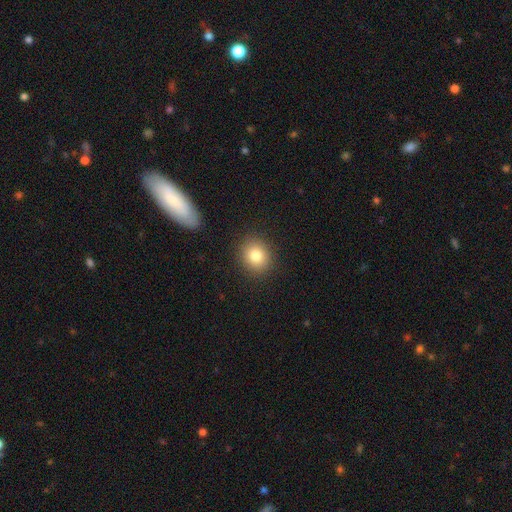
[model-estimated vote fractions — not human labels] smooth_or_featured: smooth (p=0.81) [alt: star or artifact p=0.11]
how_rounded: round (p=0.78) [alt: in between p=0.21]
merging: none (p=0.90) [alt: minor disturbance p=0.07]